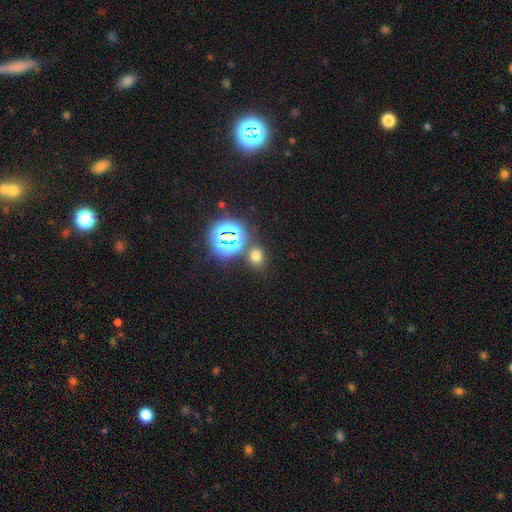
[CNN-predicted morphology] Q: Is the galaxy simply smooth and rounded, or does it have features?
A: smooth — 63%.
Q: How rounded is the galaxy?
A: round — 64%.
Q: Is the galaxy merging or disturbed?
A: none — 77%.